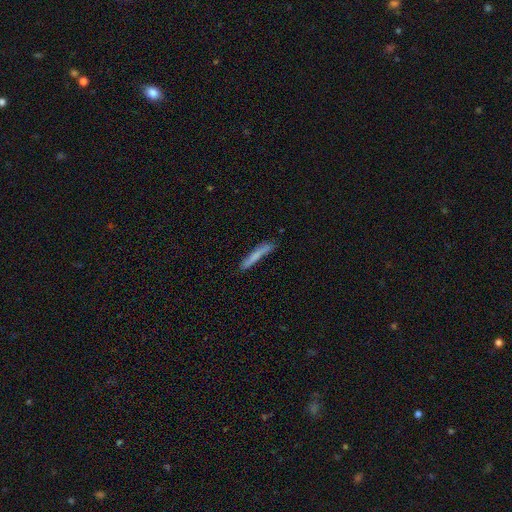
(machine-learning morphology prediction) Overall: smooth (72%). How rounded: cigar-shaped (95%). Merging: none (76%).